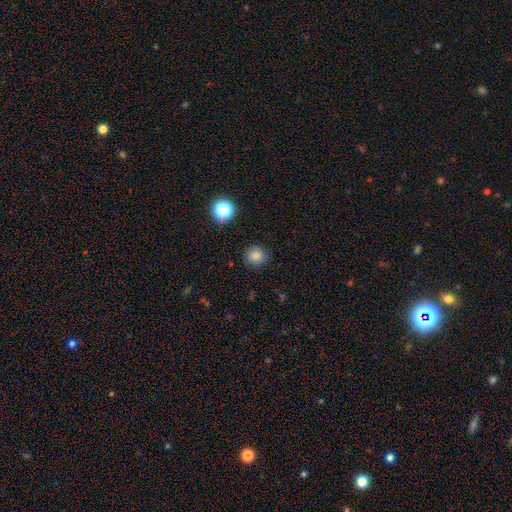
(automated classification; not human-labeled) This appears to be a smooth galaxy with no disk features (82%) that is round (91%). Merging: none (88%).